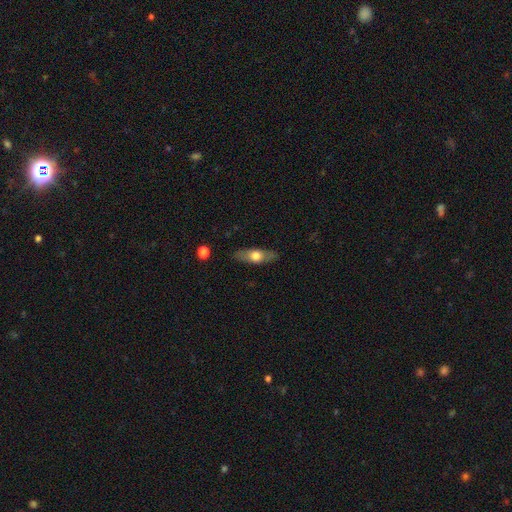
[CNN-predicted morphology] smooth 51%, featured or disk 43%, star or artifact 6%. Down the decision tree: how rounded — in between (54%); merging — none (85%).